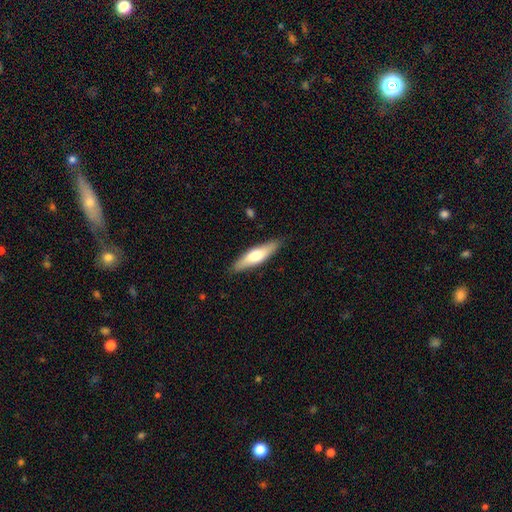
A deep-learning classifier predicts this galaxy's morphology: Smooth or featured: smooth — 61% (featured or disk — 34%)
How rounded: cigar-shaped — 68% (in between — 30%)
Merging: none — 87% (minor disturbance — 10%)